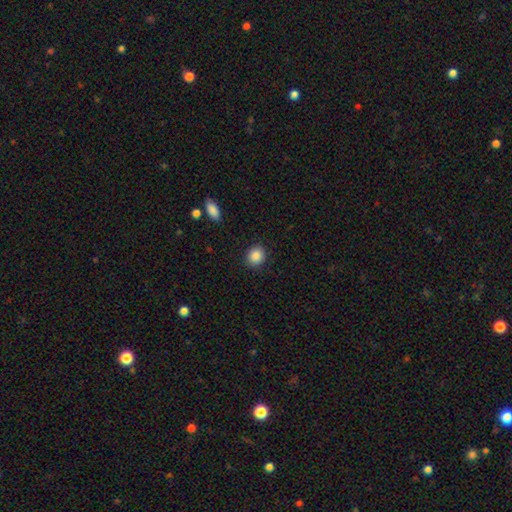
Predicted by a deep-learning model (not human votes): Smooth or featured: smooth — 87% (star or artifact — 9%)
How rounded: round — 77% (in between — 22%)
Merging: none — 88% (minor disturbance — 8%)